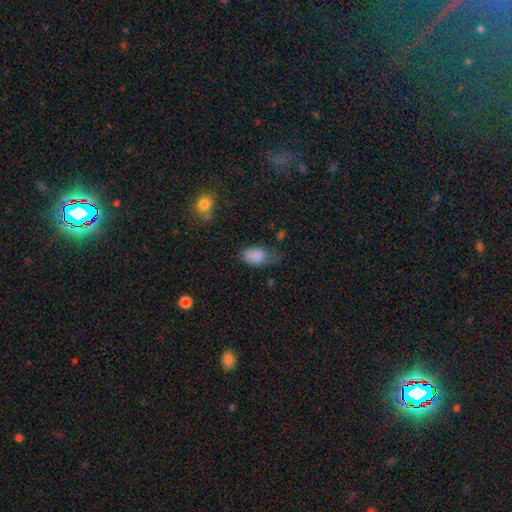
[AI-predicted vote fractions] Q: Smooth or featured?
A: smooth (84%); runner-up: star or artifact (9%)
Q: How rounded?
A: in between (88%); runner-up: round (11%)
Q: Merging?
A: none (40%); runner-up: minor disturbance (37%)